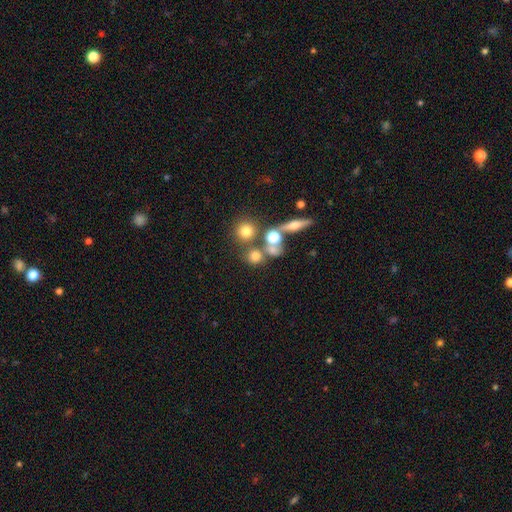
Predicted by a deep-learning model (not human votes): This is likely a smooth galaxy (68%). How rounded: clearly round (82%). Merging: possibly none (59%).